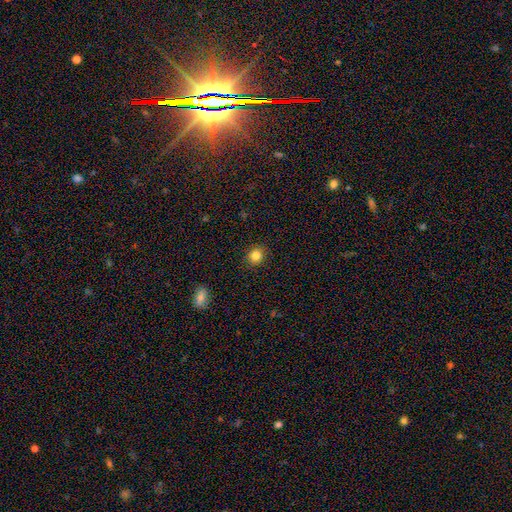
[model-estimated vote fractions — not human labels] smooth 83%, star or artifact 12%, featured or disk 6%. Down the decision tree: how rounded — round (80%); merging — none (90%).